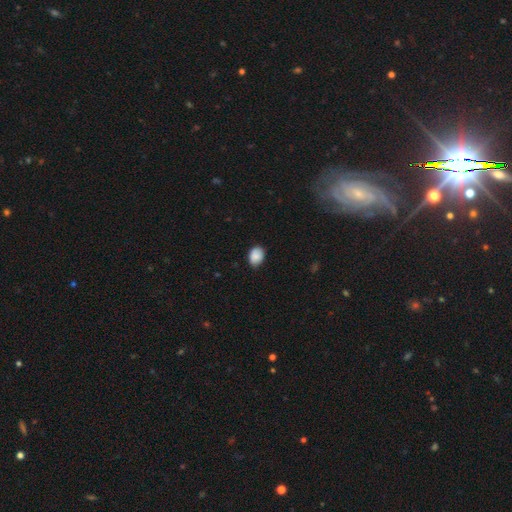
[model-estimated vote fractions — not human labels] This is clearly a smooth galaxy (86%). How rounded: likely in between (67%). Merging: likely none (68%).